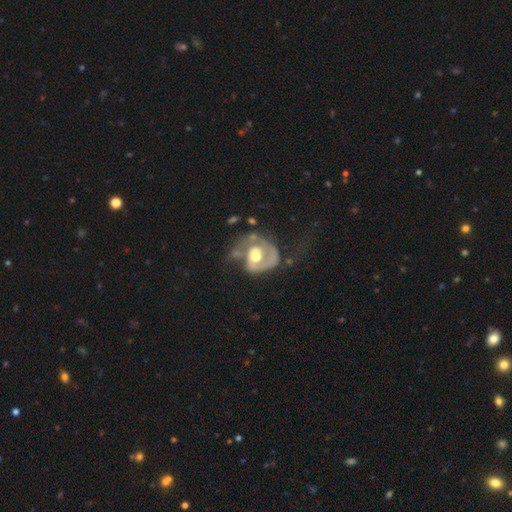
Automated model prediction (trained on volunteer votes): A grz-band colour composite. It shows a featured or disk galaxy (73%) with no bar (65%), 1 (54%) tight (46%) spiral arms (71%) and a moderate central bulge (58%). Merging: major disturbance (38%).